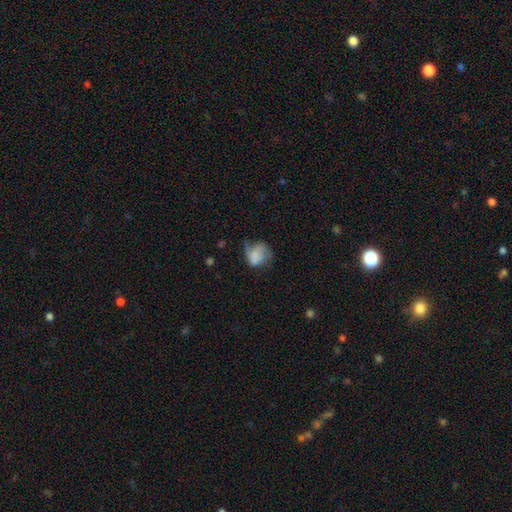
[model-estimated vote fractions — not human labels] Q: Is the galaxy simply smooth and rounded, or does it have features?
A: smooth — 58%.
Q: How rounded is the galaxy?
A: round — 54%.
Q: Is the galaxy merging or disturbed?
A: major disturbance — 33%.